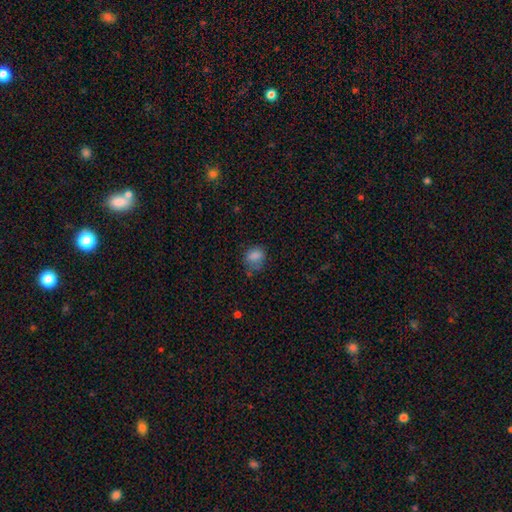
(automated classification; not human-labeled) Smooth or featured? smooth (82%)
How rounded? in between (52%)
Merging? none (56%)